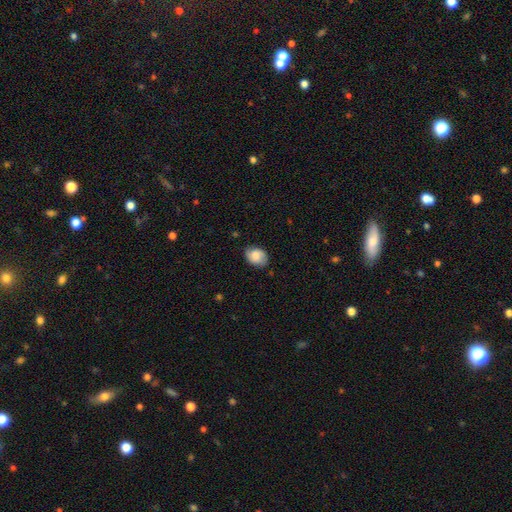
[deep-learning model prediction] smooth-or-featured: smooth: 75% | featured or disk: 17% | star or artifact: 8%
  how-rounded: in between: 71% | round: 27% | cigar-shaped: 1%
  merging: none: 74% | minor disturbance: 21% | major disturbance: 4% | merger: 1%